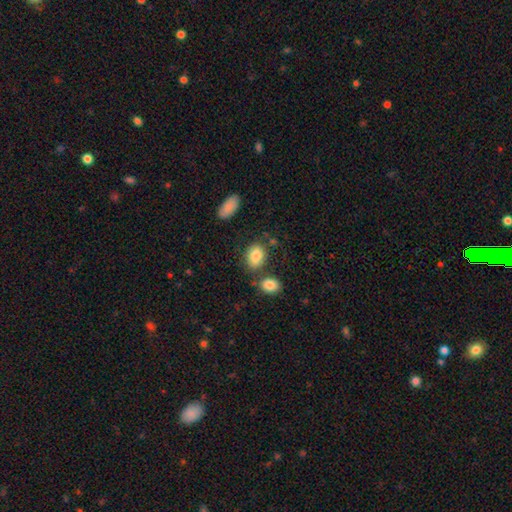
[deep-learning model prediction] Overall: smooth (85%). How rounded: in between (78%). Merging: none (69%).